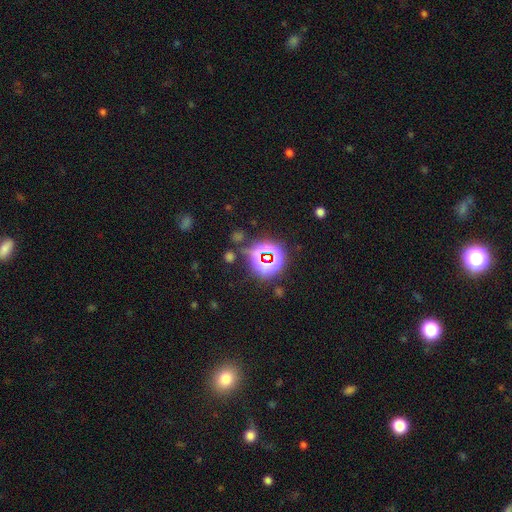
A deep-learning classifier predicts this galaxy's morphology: smooth-or-featured: star or artifact: 77% | smooth: 14% | featured or disk: 9%